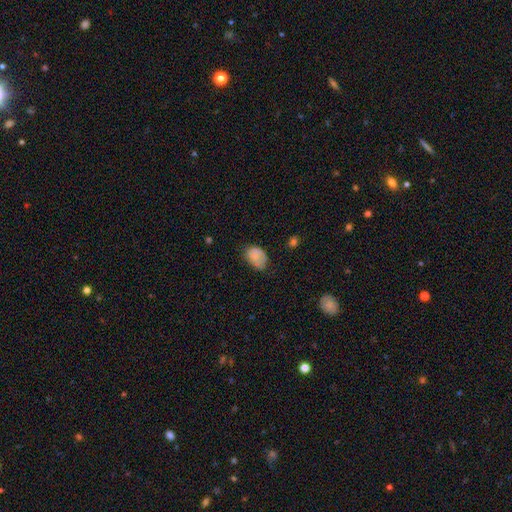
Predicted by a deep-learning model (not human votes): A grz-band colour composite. It shows a smooth galaxy with no disk features (71%) that is in between round and cigar-shaped (75%). Merging: none (51%).